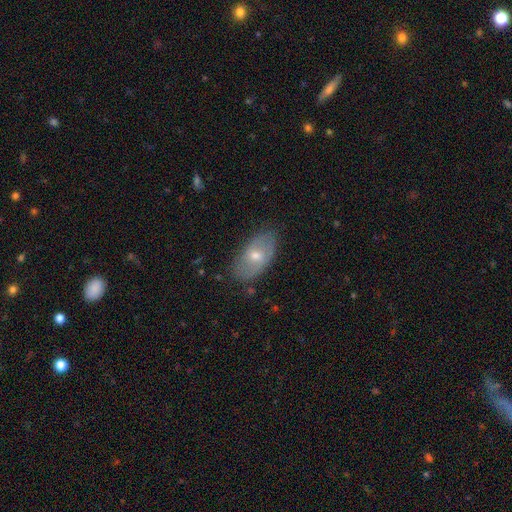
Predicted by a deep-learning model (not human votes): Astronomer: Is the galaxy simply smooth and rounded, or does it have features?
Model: smooth — 50% (runner-up: featured or disk, 43%).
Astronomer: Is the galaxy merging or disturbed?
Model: none — 78%.